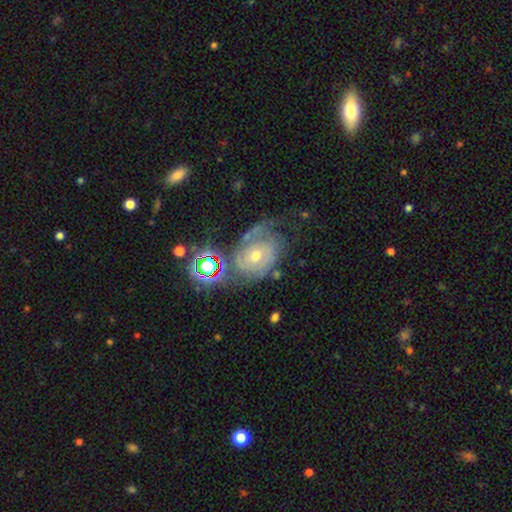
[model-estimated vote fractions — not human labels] A featured or disk galaxy (70%) with no bar (72%), tight (54%) spiral arms (86%) and a moderate central bulge (49%). Merging: none (46%).